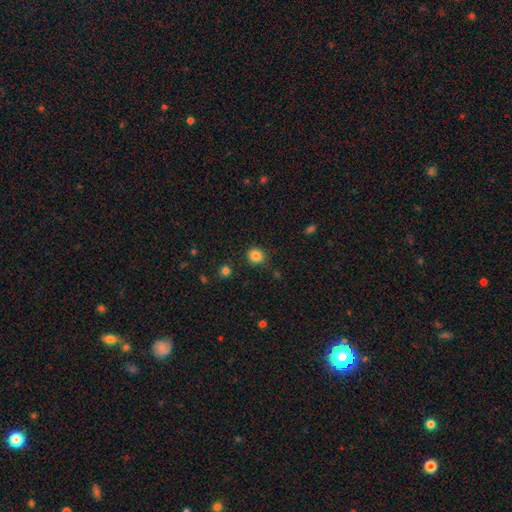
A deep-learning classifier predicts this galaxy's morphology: smooth_or_featured: smooth (p=0.84) [alt: star or artifact p=0.11]
how_rounded: round (p=0.85) [alt: in between p=0.14]
merging: none (p=0.84) [alt: minor disturbance p=0.11]